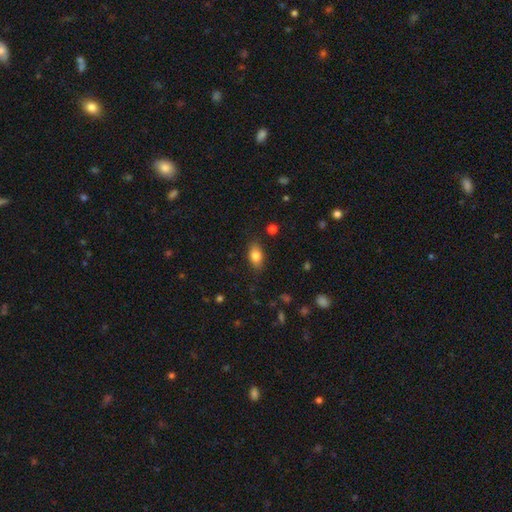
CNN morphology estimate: smooth-or-featured: smooth: 81% | featured or disk: 10% | star or artifact: 9%
  how-rounded: in between: 87% | round: 9% | cigar-shaped: 4%
  merging: none: 84% | minor disturbance: 12% | major disturbance: 3% | merger: 1%